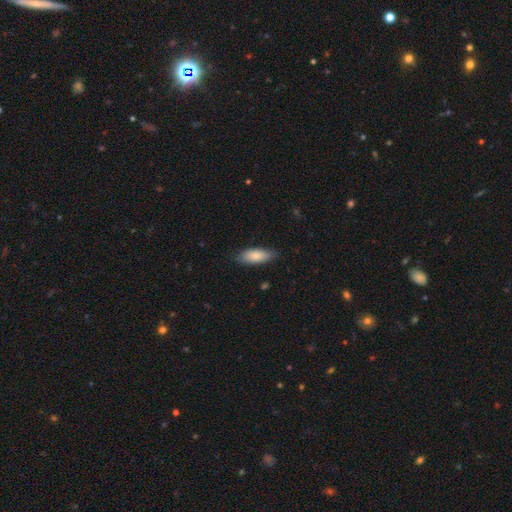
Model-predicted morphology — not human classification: Overall: smooth (82%). How rounded: in between (77%). Merging: none (80%).